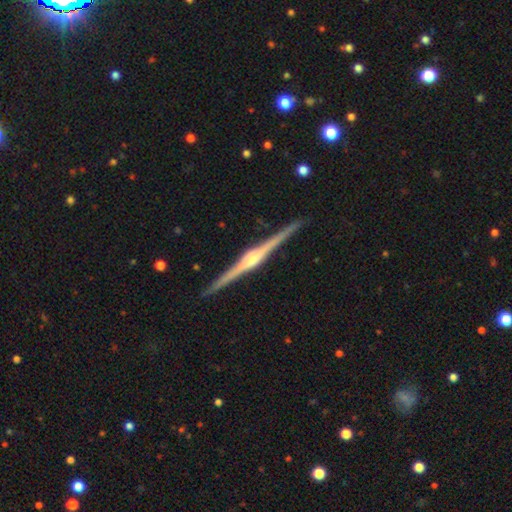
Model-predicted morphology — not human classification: smooth-or-featured: featured or disk: 90% | smooth: 6% | star or artifact: 4%
  disk-edge-on: yes: 99% | no: 1%
    edge-on-bulge: rounded: 79% | boxy: 14% | none: 7%
  merging: none: 93% | minor disturbance: 5% | major disturbance: 1% | merger: 1%